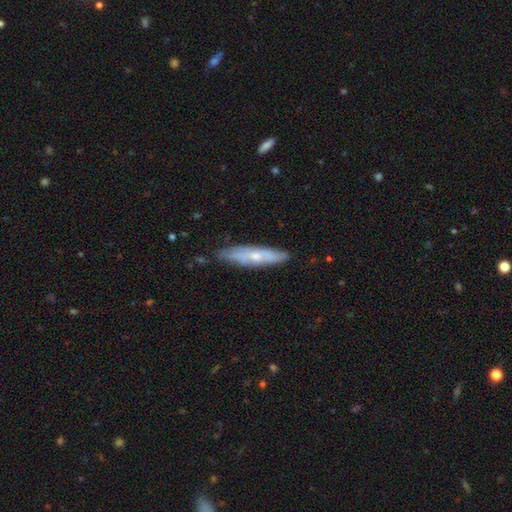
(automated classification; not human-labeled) smooth_or_featured: featured or disk (p=0.52) [alt: smooth p=0.41]
disk_edge_on: yes (p=0.60) [alt: no p=0.40]
merging: none (p=0.79) [alt: minor disturbance p=0.17]